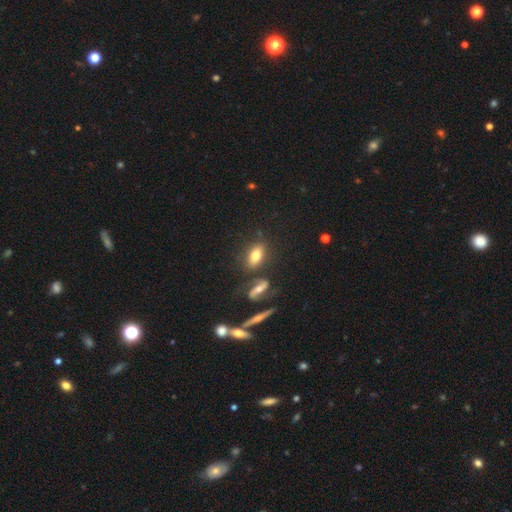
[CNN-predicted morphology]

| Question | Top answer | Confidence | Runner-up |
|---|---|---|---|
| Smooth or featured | smooth | 74% | featured or disk (15%) |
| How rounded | in between | 82% | round (10%) |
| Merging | none | 72% | minor disturbance (13%) |